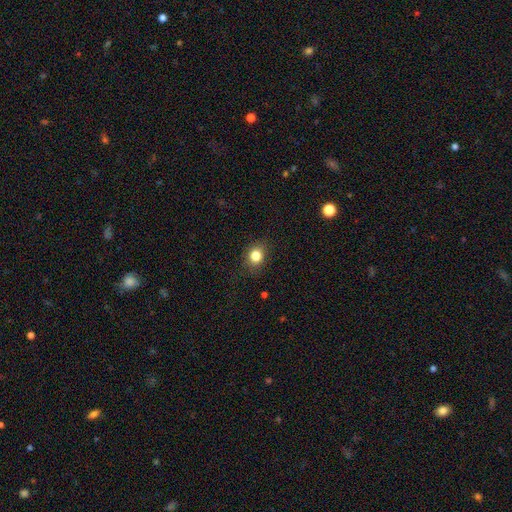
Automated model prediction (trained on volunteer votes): smooth 82%, star or artifact 12%, featured or disk 7%. Down the decision tree: how rounded — round (63%); merging — none (83%).